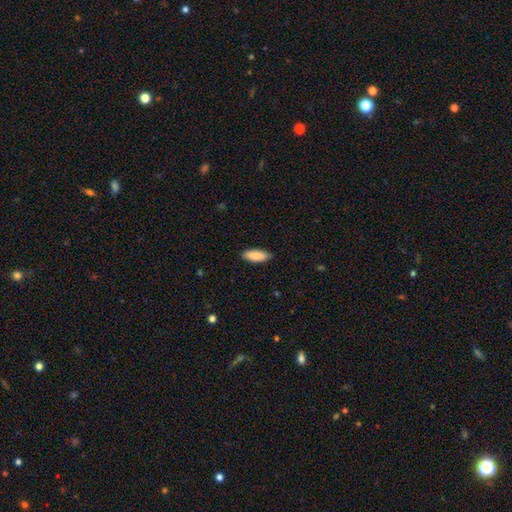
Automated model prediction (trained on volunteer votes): A smooth galaxy with no disk features (89%) that is in between round and cigar-shaped (72%).

Vote fractions:
- Smooth or featured? smooth: 89% / featured or disk: 6% / star or artifact: 5%
- How rounded? in between: 72% / cigar-shaped: 26% / round: 2%
- Merging? none: 88% / minor disturbance: 9% / major disturbance: 2% / merger: 1%